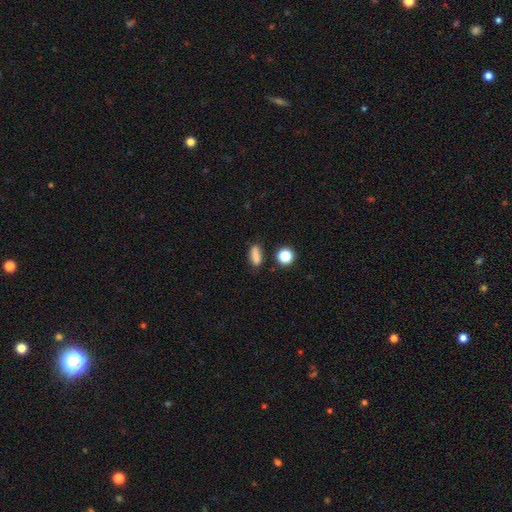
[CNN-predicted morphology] This appears to be a smooth galaxy with no disk features (83%) that is in between round and cigar-shaped (64%). Merging: none (77%).